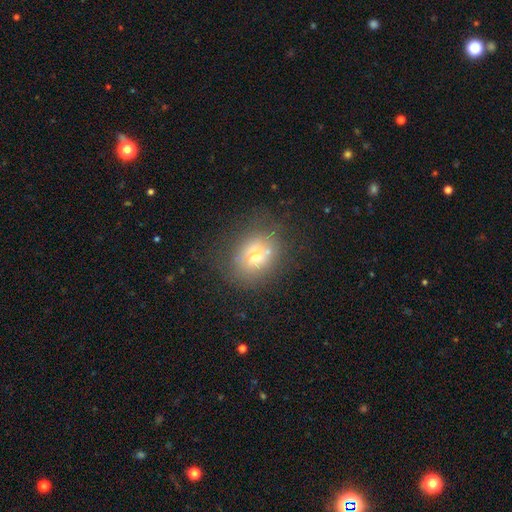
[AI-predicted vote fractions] smooth_or_featured: smooth (p=0.58) [alt: featured or disk p=0.27]
how_rounded: round (p=0.62) [alt: in between p=0.37]
merging: none (p=0.62) [alt: minor disturbance p=0.19]